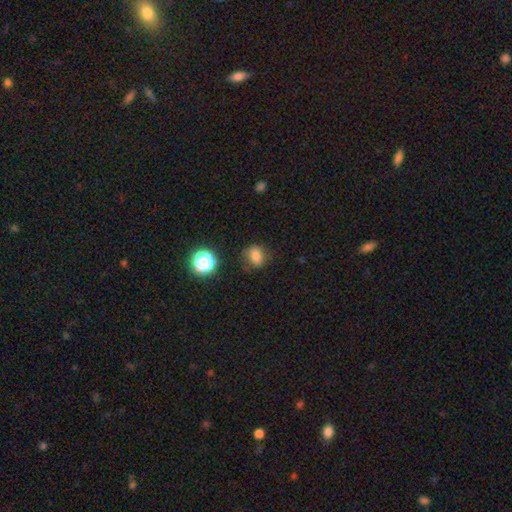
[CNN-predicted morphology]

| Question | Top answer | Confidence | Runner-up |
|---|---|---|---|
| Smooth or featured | smooth | 77% | star or artifact (15%) |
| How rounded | round | 53% | in between (46%) |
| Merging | none | 72% | minor disturbance (19%) |